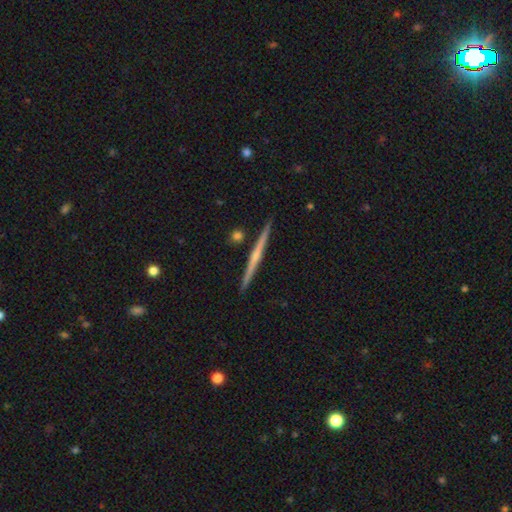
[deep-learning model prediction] Smooth or featured: featured or disk — 69% (smooth — 25%)
Edge-on disk: yes — 98% (no — 2%)
Edge-on bulge: none — 49% (rounded — 43%)
Merging: none — 92% (minor disturbance — 5%)